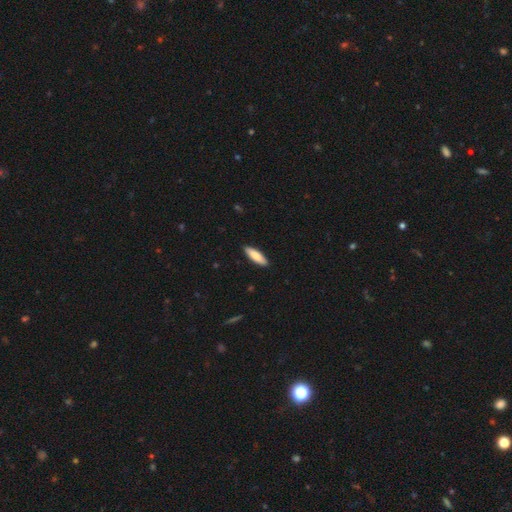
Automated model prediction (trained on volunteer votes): smooth_or_featured: smooth (p=0.83) [alt: featured or disk p=0.12]
how_rounded: cigar-shaped (p=0.52) [alt: in between p=0.47]
merging: none (p=0.90) [alt: minor disturbance p=0.08]